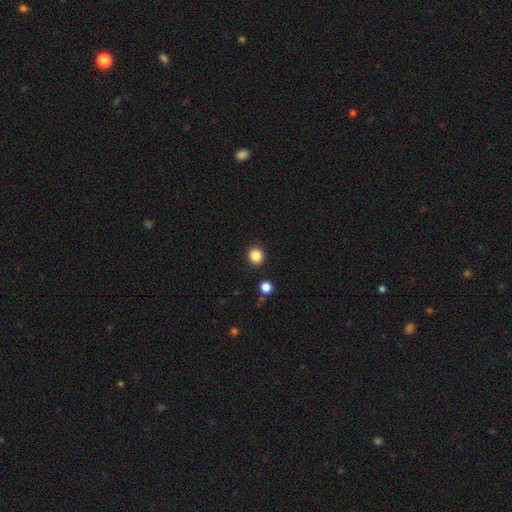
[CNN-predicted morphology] Smooth or featured: smooth — 86% (star or artifact — 11%)
How rounded: round — 85% (in between — 14%)
Merging: none — 90% (minor disturbance — 6%)